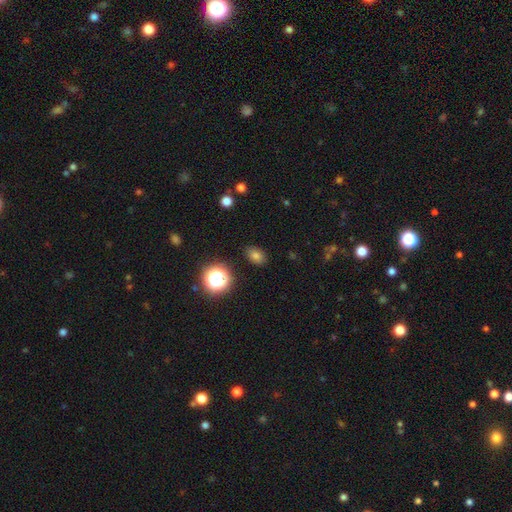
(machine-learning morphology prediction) Smooth or featured? Predicted: smooth (p=0.76). How rounded? Predicted: in between (p=0.74). Merging? Predicted: none (p=0.86).